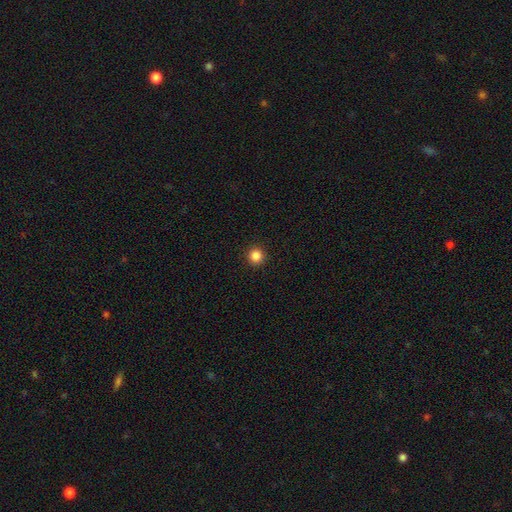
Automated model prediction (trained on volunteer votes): Smooth or featured? Predicted: smooth (p=0.86). How rounded? Predicted: round (p=0.94). Merging? Predicted: none (p=0.93).